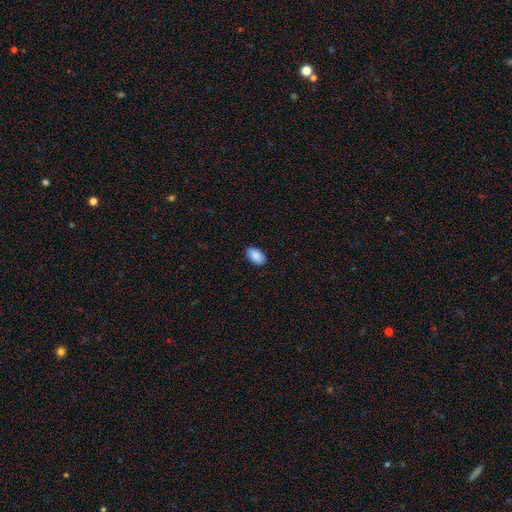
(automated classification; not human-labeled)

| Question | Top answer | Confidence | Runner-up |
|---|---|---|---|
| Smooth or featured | smooth | 90% | star or artifact (7%) |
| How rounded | in between | 94% | round (4%) |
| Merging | none | 89% | minor disturbance (8%) |